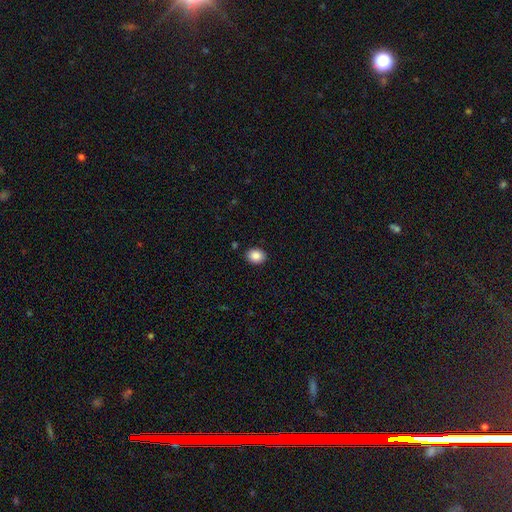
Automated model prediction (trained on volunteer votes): Q: Smooth or featured?
A: smooth (87%); runner-up: star or artifact (8%)
Q: How rounded?
A: in between (54%); runner-up: round (45%)
Q: Merging?
A: none (89%); runner-up: minor disturbance (7%)